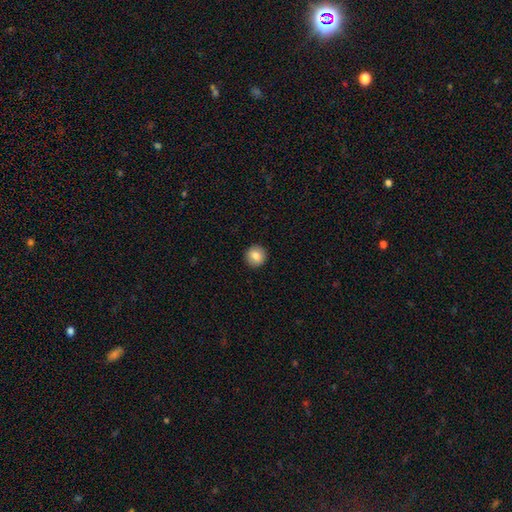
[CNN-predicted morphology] Overall: smooth (83%). How rounded: round (93%). Merging: none (93%).